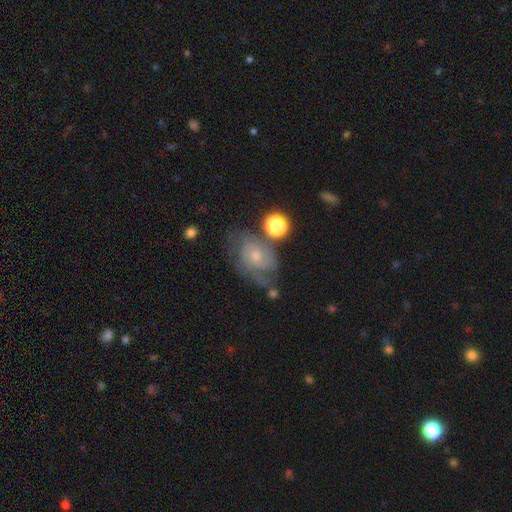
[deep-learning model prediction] Smooth or featured? featured or disk (74%)
Edge-on disk? no (97%)
Bar? no (71%)
Spiral arms? yes (91%)
Spiral winding? tight (47%)
Spiral arm count? 2 (41%)
Bulge size? small (55%)
Merging? none (52%)